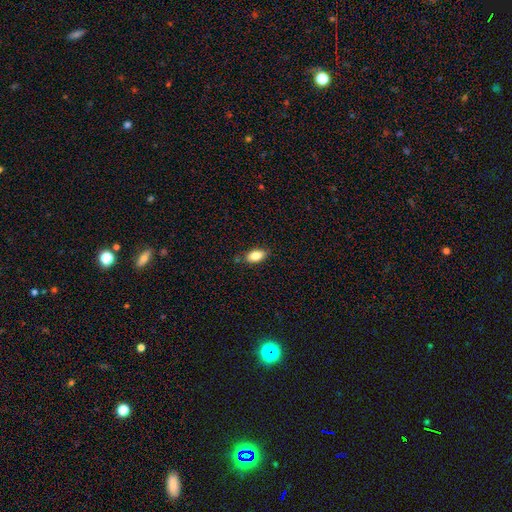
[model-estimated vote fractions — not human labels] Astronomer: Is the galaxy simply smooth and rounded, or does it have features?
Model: smooth — 84%.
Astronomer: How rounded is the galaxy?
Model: in between — 91%.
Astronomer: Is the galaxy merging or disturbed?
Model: none — 82%.